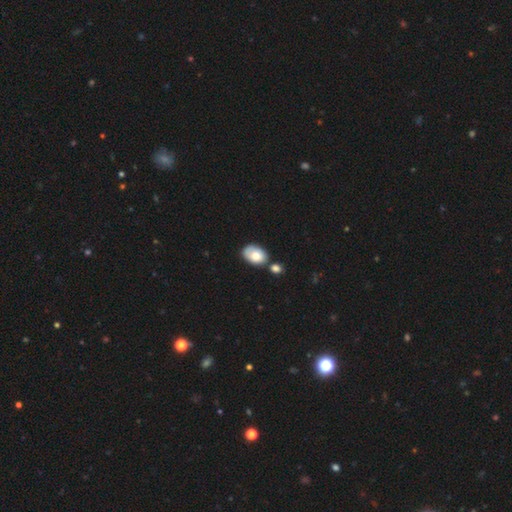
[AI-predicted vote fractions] Smooth or featured: smooth — 76% (featured or disk — 17%)
How rounded: in between — 85% (round — 14%)
Merging: none — 52% (merger — 24%)